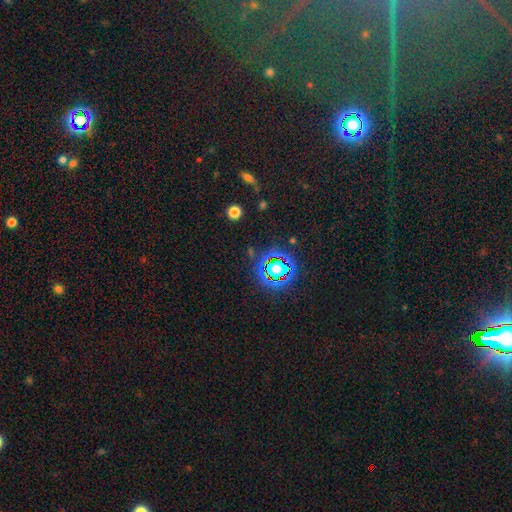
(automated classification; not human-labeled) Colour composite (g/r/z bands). It shows a star or artifact, not a galaxy (79%).